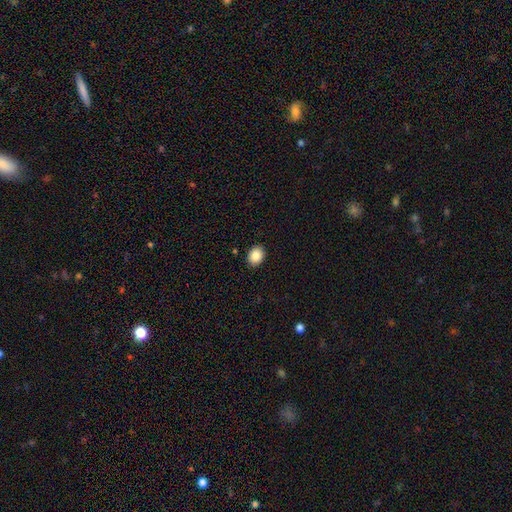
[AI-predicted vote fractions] smooth-or-featured: smooth: 86% | star or artifact: 8% | featured or disk: 6%
  how-rounded: in between: 52% | round: 47% | cigar-shaped: 1%
  merging: none: 90% | minor disturbance: 7% | major disturbance: 2% | merger: 1%